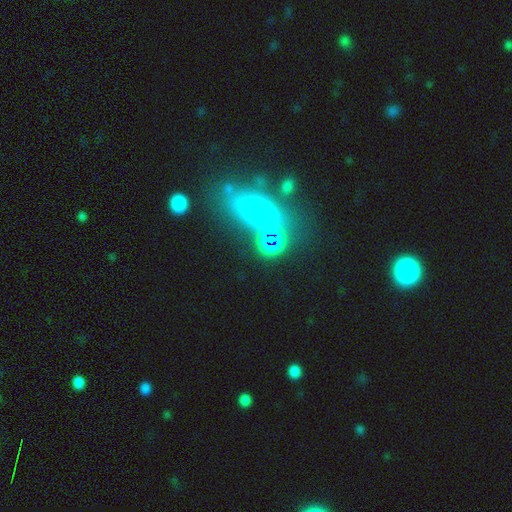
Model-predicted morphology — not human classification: Smooth or featured? Predicted: smooth (p=0.41). Merging? Predicted: none (p=0.38).